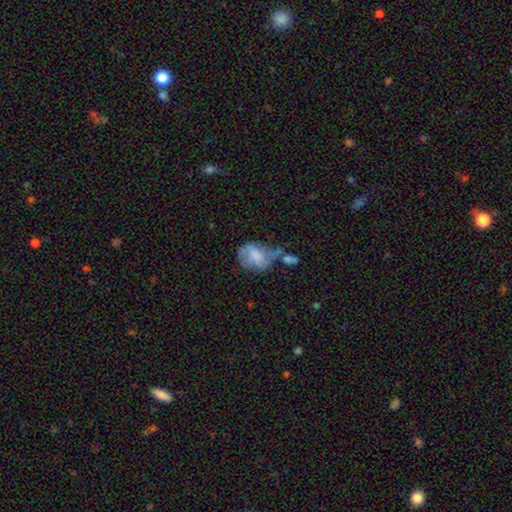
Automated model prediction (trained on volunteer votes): The model was most divided on "merging": major disturbance: 29%, none: 27%, minor disturbance: 25%, merger: 20%. More confident: how rounded — in between (67%); smooth or featured — smooth (55%).